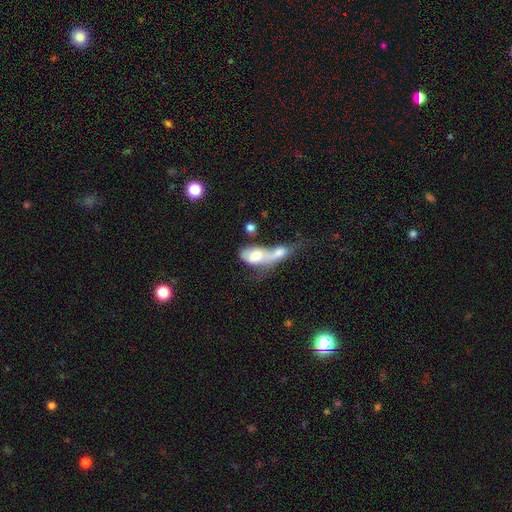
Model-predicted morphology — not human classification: type=smooth (61%); roundness=in between (80%); merging=merger (77%).